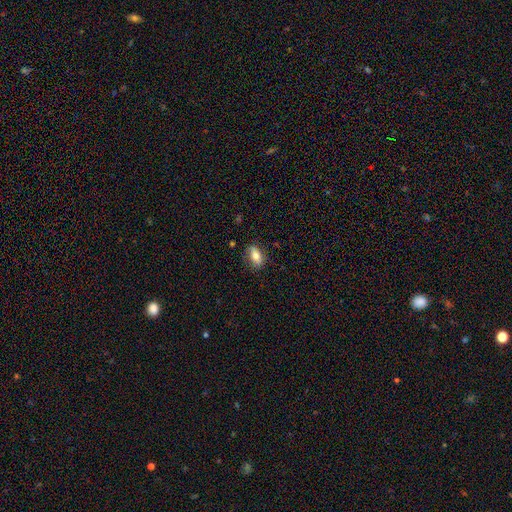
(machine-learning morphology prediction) smooth-or-featured: smooth: 74% | featured or disk: 18% | star or artifact: 8%
  how-rounded: in between: 84% | cigar-shaped: 10% | round: 7%
  merging: none: 74% | minor disturbance: 19% | major disturbance: 5% | merger: 1%